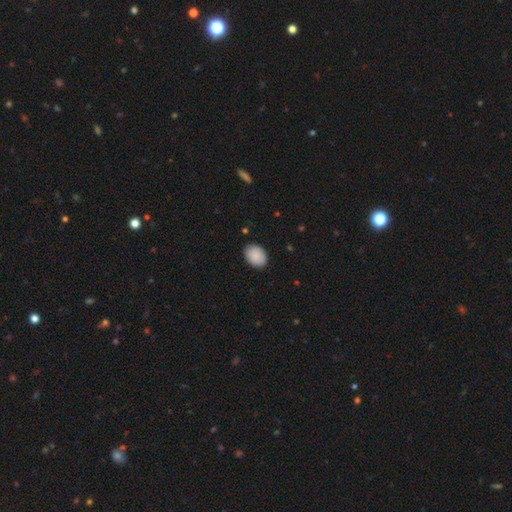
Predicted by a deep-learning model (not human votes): smooth_or_featured: smooth (p=0.89) [alt: star or artifact p=0.06]
how_rounded: in between (p=0.74) [alt: round p=0.25]
merging: none (p=0.86) [alt: minor disturbance p=0.10]